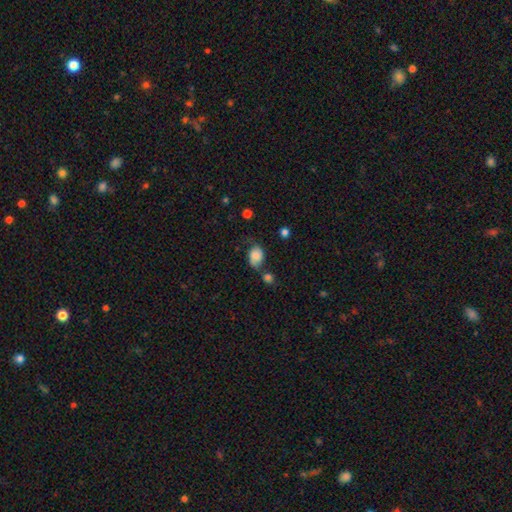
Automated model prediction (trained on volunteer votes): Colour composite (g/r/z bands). It shows a smooth galaxy with no disk features (73%) that is in between round and cigar-shaped (69%). Merging: none (44%).